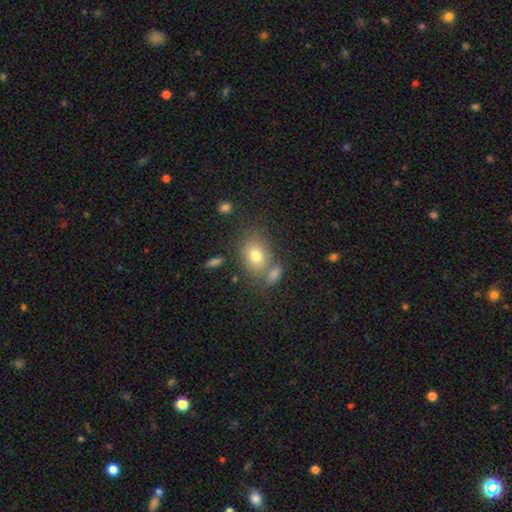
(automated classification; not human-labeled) A smooth galaxy with no disk features (76%) that is in between round and cigar-shaped (61%).

Vote fractions:
- Smooth or featured? smooth: 76% / featured or disk: 13% / star or artifact: 11%
- How rounded? in between: 61% / round: 38% / cigar-shaped: 1%
- Merging? none: 59% / merger: 21% / minor disturbance: 14% / major disturbance: 5%